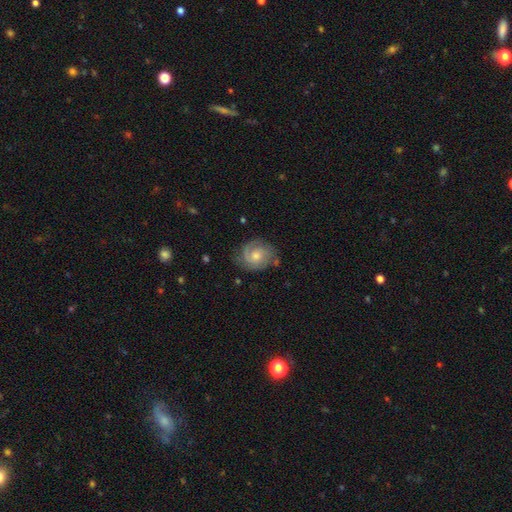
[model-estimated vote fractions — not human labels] Morphology: type=featured or disk (73%); edge-on=no (97%); bar=no (71%); spiral arms=yes (93%); winding=tight (57%); arm count=2 (52%); bulge=moderate (63%); merging=none (76%).